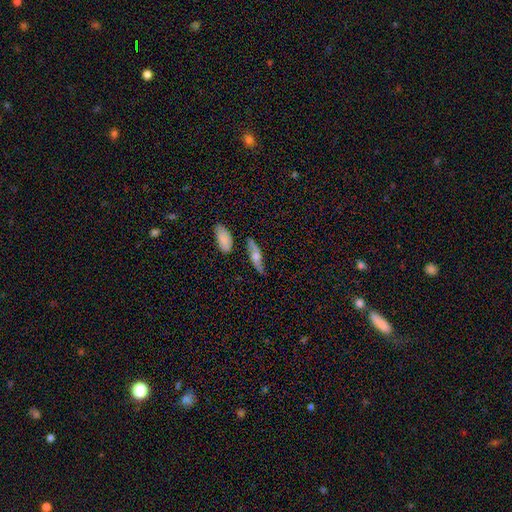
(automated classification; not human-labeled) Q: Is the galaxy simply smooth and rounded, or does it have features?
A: featured or disk — 52%.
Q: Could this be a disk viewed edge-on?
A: no — 51%.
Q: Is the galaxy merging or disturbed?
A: none — 71%.